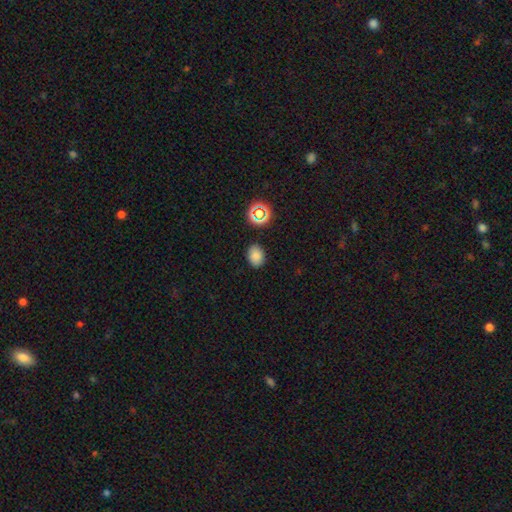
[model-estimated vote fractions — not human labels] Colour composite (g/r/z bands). It shows a smooth galaxy with no disk features (80%) that is in between round and cigar-shaped (65%). Merging: none (86%).